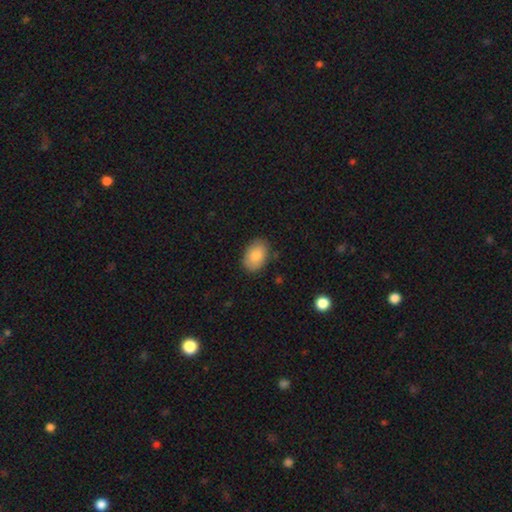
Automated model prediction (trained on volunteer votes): Smooth or featured?
  - smooth: 84% *
  - featured or disk: 10%
  - star or artifact: 7%
How rounded?
  - in between: 86% *
  - round: 13%
  - cigar-shaped: 1%
Merging?
  - none: 85% *
  - minor disturbance: 11%
  - major disturbance: 2%
  - merger: 1%